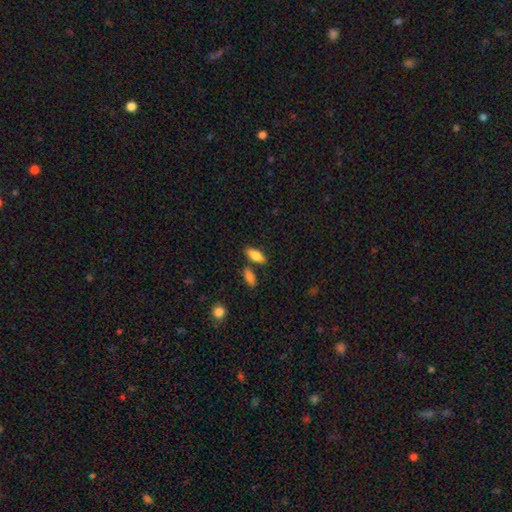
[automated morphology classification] This appears to be a smooth galaxy with no disk features (74%) that is in between round and cigar-shaped (72%). Merging: none (76%).